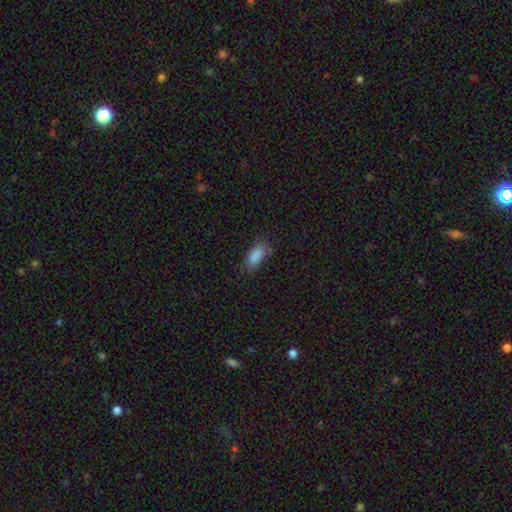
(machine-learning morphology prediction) Q: Smooth or featured?
A: smooth (85%); runner-up: star or artifact (9%)
Q: How rounded?
A: in between (82%); runner-up: cigar-shaped (16%)
Q: Merging?
A: none (68%); runner-up: minor disturbance (23%)